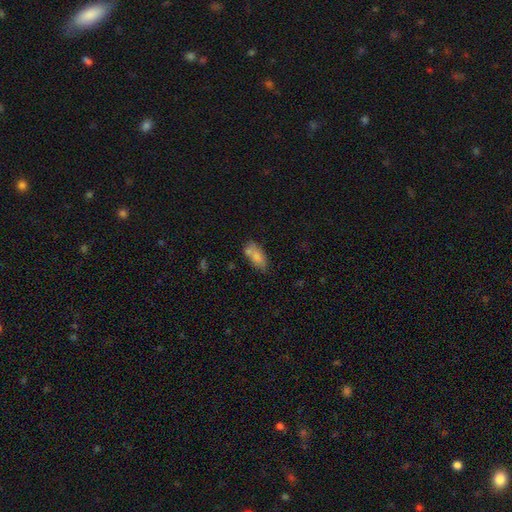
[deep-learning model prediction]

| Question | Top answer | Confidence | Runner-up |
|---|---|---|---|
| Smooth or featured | smooth | 76% | featured or disk (16%) |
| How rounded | in between | 87% | cigar-shaped (9%) |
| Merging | none | 53% | merger (21%) |